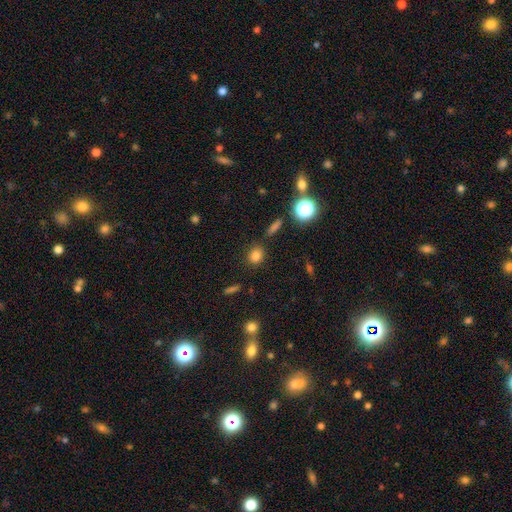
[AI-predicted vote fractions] smooth-or-featured: smooth: 80% | star or artifact: 14% | featured or disk: 6%
  how-rounded: round: 68% | in between: 30% | cigar-shaped: 2%
  merging: none: 83% | minor disturbance: 10% | merger: 4% | major disturbance: 3%